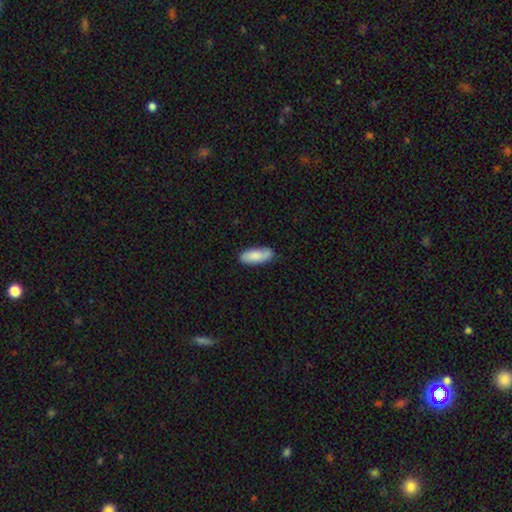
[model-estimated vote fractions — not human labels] smooth_or_featured: smooth (p=0.83) [alt: featured or disk p=0.11]
how_rounded: in between (p=0.80) [alt: cigar-shaped p=0.18]
merging: none (p=0.79) [alt: minor disturbance p=0.17]